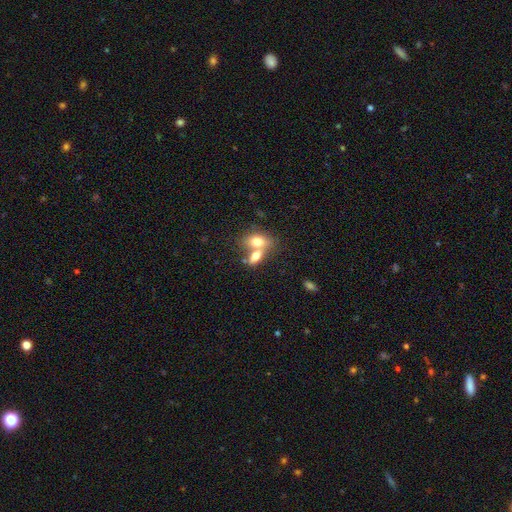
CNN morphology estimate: Q: Smooth or featured?
A: smooth (73%); runner-up: featured or disk (19%)
Q: How rounded?
A: in between (82%); runner-up: round (12%)
Q: Merging?
A: merger (67%); runner-up: none (23%)